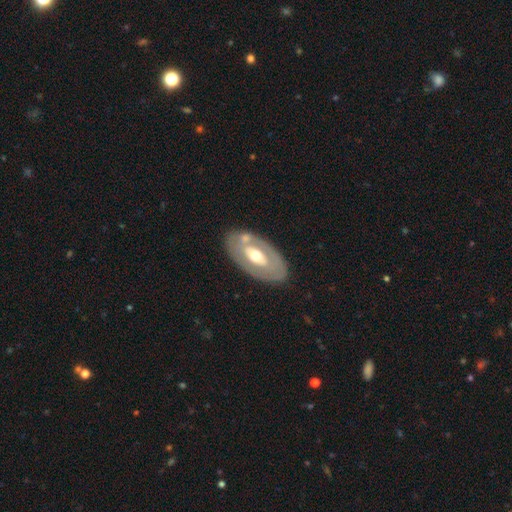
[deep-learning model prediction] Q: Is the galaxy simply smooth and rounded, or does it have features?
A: featured or disk — 66%.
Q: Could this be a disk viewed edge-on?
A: no — 87%.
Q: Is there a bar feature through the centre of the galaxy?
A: no — 63%.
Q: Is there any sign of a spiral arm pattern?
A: no — 76%.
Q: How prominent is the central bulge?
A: moderate — 72%.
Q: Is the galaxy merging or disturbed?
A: none — 76%.